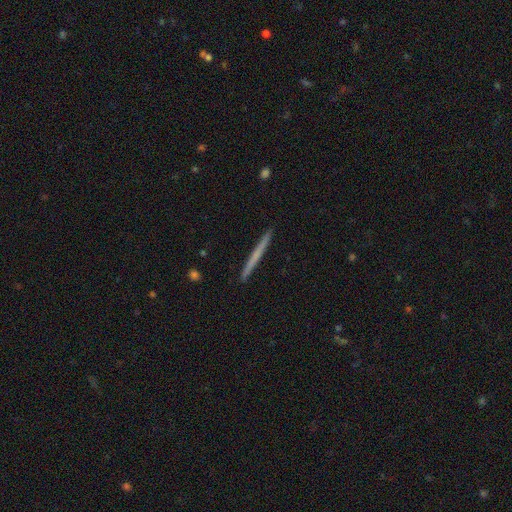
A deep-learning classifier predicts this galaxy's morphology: Q: Smooth or featured?
A: smooth (49%); runner-up: featured or disk (46%)
Q: Merging?
A: none (93%); runner-up: minor disturbance (5%)